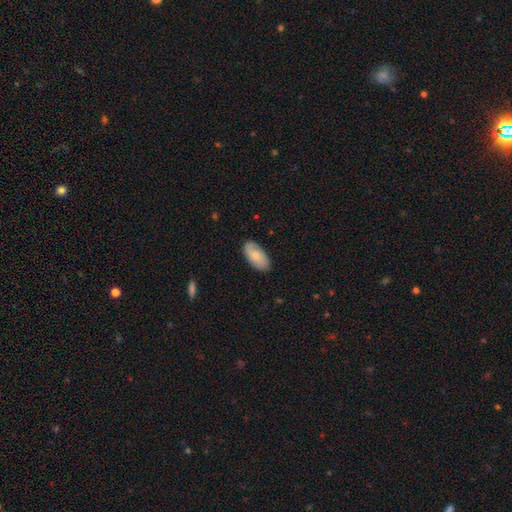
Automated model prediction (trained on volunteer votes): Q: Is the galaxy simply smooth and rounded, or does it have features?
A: smooth — 73%.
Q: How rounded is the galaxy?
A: in between — 94%.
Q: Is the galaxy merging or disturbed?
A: none — 85%.